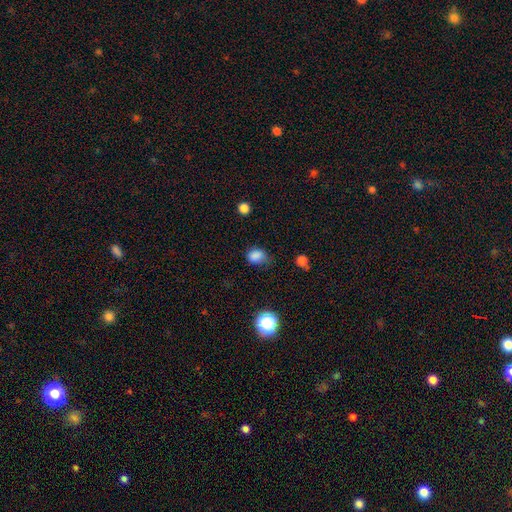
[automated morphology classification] Q: Smooth or featured?
A: smooth (83%); runner-up: star or artifact (13%)
Q: How rounded?
A: in between (57%); runner-up: round (42%)
Q: Merging?
A: none (55%); runner-up: minor disturbance (33%)